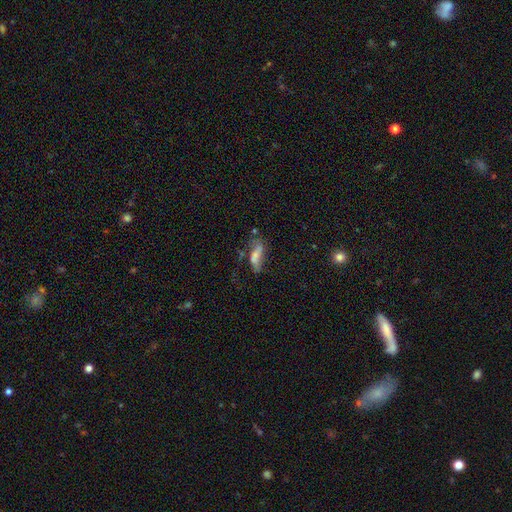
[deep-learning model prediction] smooth-or-featured: smooth: 58% | featured or disk: 31% | star or artifact: 12%
  how-rounded: in between: 58% | cigar-shaped: 39% | round: 3%
  merging: none: 35% | major disturbance: 29% | minor disturbance: 24% | merger: 12%